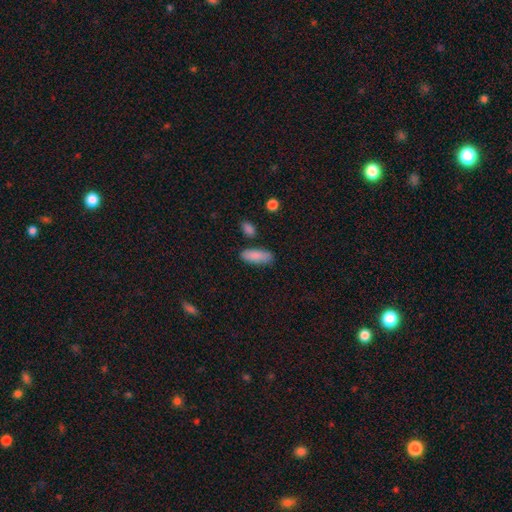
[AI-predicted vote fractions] Smooth or featured? smooth (86%)
How rounded? in between (69%)
Merging? none (78%)